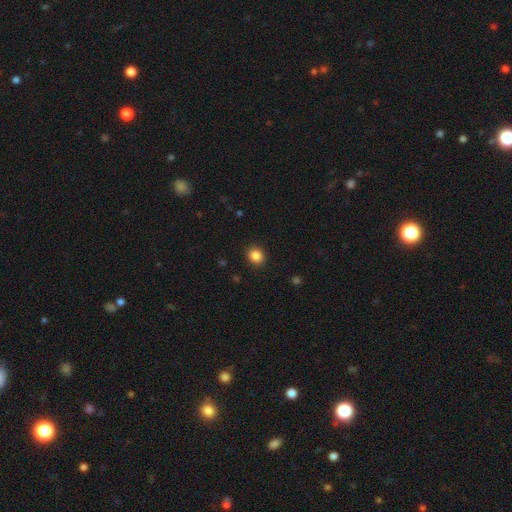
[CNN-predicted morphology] smooth 86%, star or artifact 11%, featured or disk 4%. Down the decision tree: how rounded — round (81%); merging — none (91%).